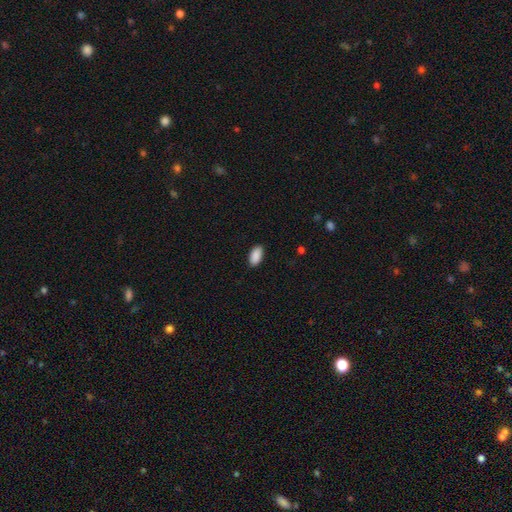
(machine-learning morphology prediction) Smooth or featured? Predicted: smooth (p=0.91). How rounded? Predicted: in between (p=0.94). Merging? Predicted: none (p=0.89).